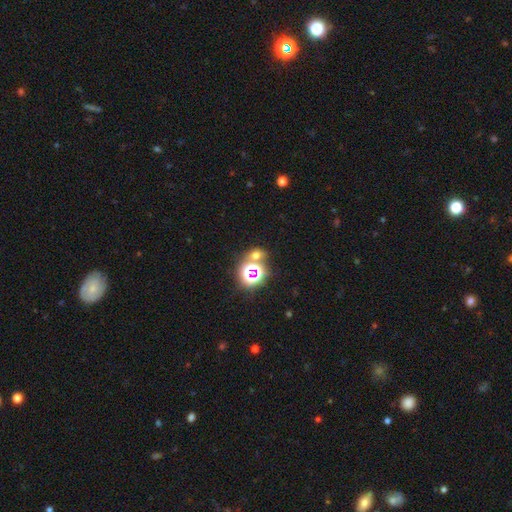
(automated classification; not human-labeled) This is possibly a smooth galaxy (46%). Merging: likely none (65%).